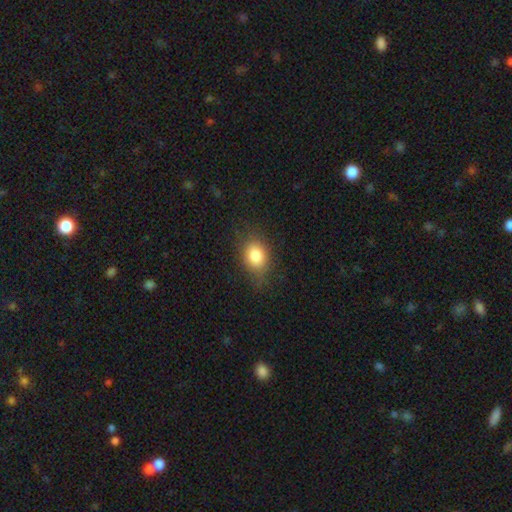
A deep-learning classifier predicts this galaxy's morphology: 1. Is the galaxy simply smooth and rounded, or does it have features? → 81% smooth, 10% star or artifact, 9% featured or disk.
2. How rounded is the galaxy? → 67% in between, 30% round, 2% cigar-shaped.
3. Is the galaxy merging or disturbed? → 76% none, 19% minor disturbance, 4% major disturbance, 1% merger.